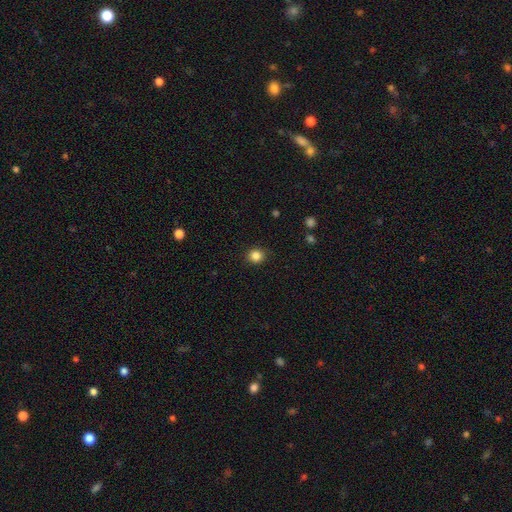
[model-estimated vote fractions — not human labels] Smooth or featured? smooth (85%)
How rounded? round (85%)
Merging? none (88%)